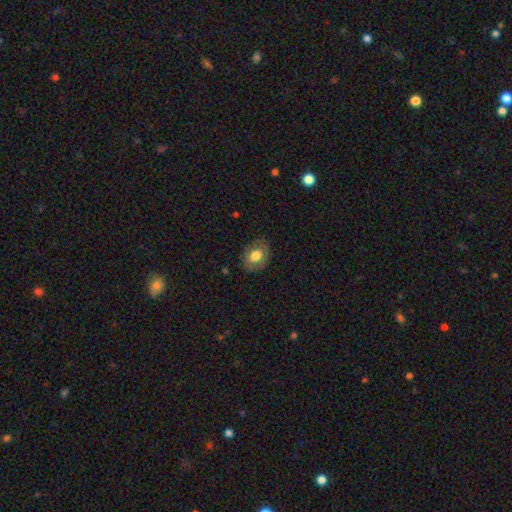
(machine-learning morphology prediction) Smooth or featured?
  - smooth: 73% *
  - featured or disk: 19%
  - star or artifact: 8%
How rounded?
  - in between: 60% *
  - round: 39%
  - cigar-shaped: 1%
Merging?
  - none: 83% *
  - minor disturbance: 13%
  - major disturbance: 4%
  - merger: 1%